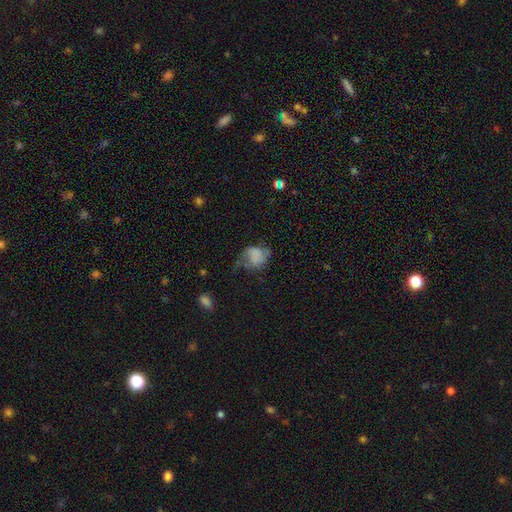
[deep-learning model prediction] Smooth or featured: smooth — 62% (featured or disk — 27%)
How rounded: in between — 51% (round — 48%)
Merging: major disturbance — 37% (minor disturbance — 30%)